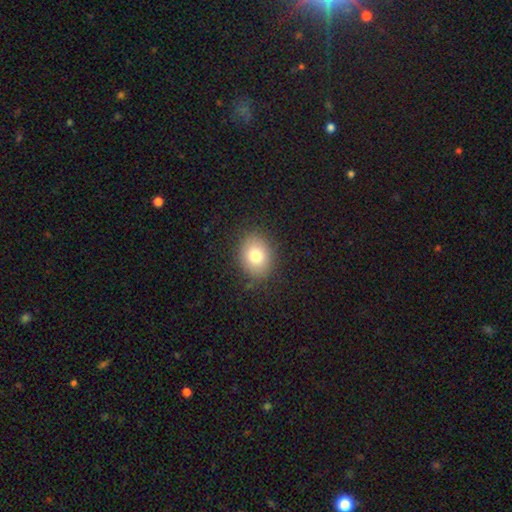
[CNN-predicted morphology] The model was most divided on "how rounded": round: 51%, in between: 48%, cigar-shaped: 1%. More confident: merging — none (85%); smooth or featured — smooth (78%).